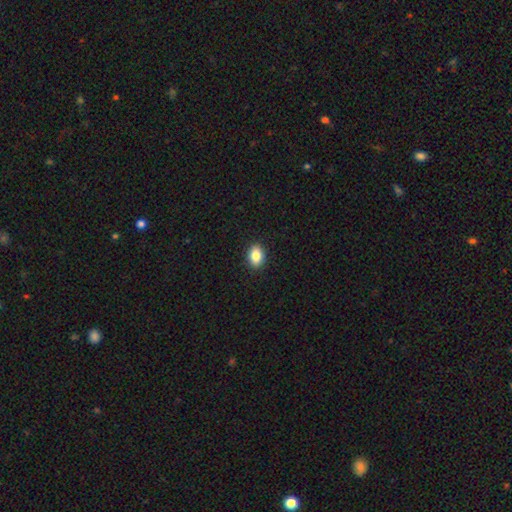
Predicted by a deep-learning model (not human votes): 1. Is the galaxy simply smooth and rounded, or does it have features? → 84% smooth, 9% star or artifact, 7% featured or disk.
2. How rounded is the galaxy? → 77% in between, 21% round, 2% cigar-shaped.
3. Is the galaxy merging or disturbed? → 91% none, 7% minor disturbance, 2% major disturbance, 1% merger.